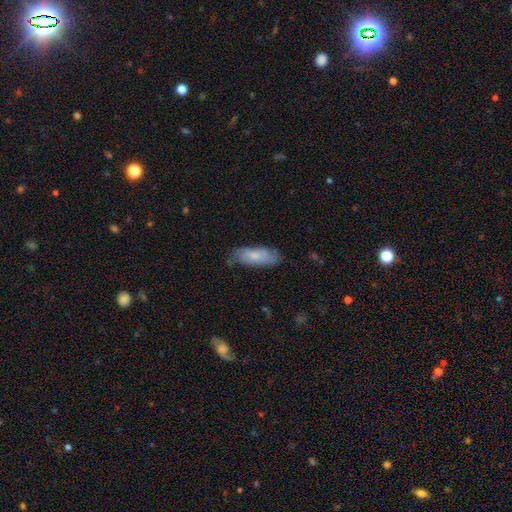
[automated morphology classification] Smooth or featured? Predicted: smooth (p=0.70). How rounded? Predicted: in between (p=0.66). Merging? Predicted: none (p=0.66).